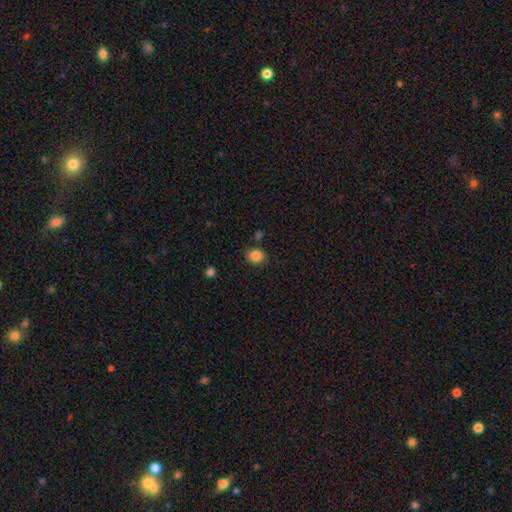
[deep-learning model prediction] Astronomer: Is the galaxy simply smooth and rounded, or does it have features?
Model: smooth — 85%.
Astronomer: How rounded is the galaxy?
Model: round — 75%.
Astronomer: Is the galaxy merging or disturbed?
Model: none — 79%.